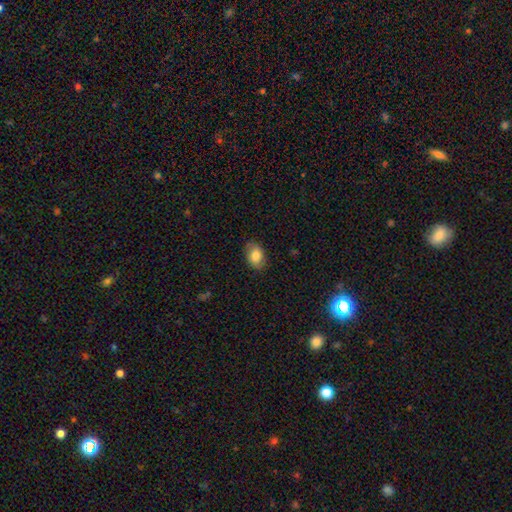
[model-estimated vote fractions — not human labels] The model was most divided on "how rounded": in between: 83%, round: 16%, cigar-shaped: 1%. More confident: merging — none (83%); smooth or featured — smooth (82%).